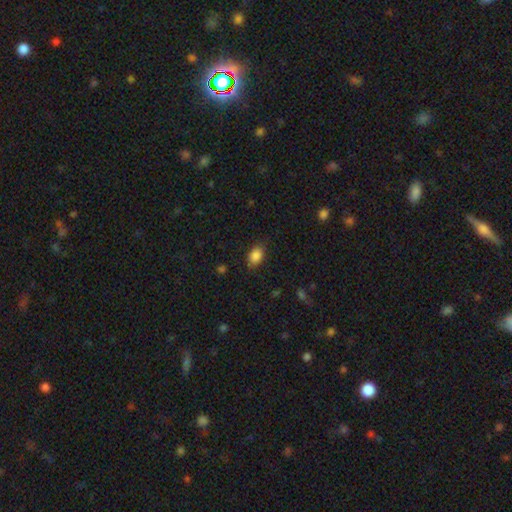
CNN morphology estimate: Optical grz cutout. It shows a smooth galaxy with no disk features (87%) that is in between round and cigar-shaped (85%). Merging: none (83%).